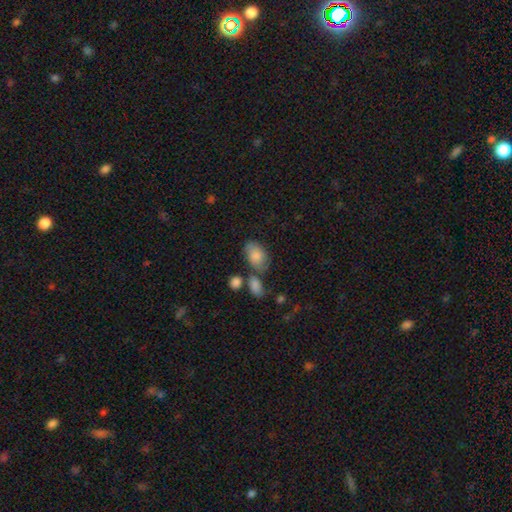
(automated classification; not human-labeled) Overall: smooth (75%). How rounded: in between (86%). Merging: none (52%; minor disturbance 22%).